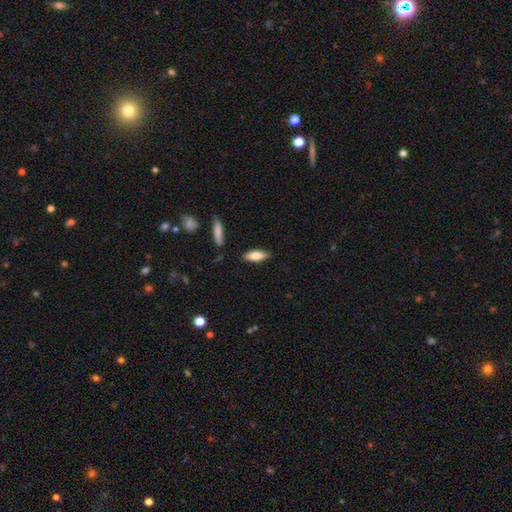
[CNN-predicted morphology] The model was most divided on "how rounded": in between: 61%, cigar-shaped: 37%, round: 2%. More confident: merging — none (86%); smooth or featured — smooth (76%).